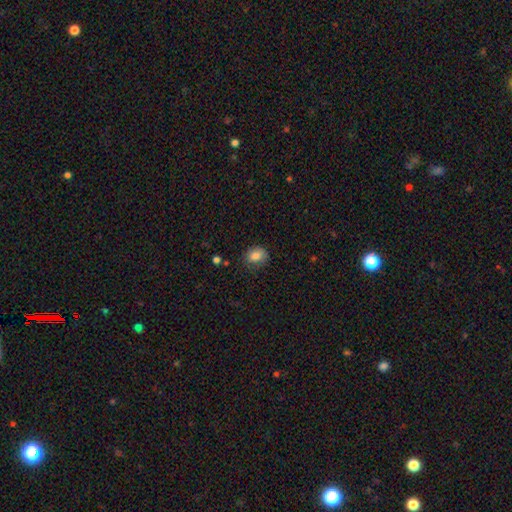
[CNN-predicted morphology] Smooth or featured? Predicted: smooth (p=0.83). How rounded? Predicted: round (p=0.52). Merging? Predicted: none (p=0.75).